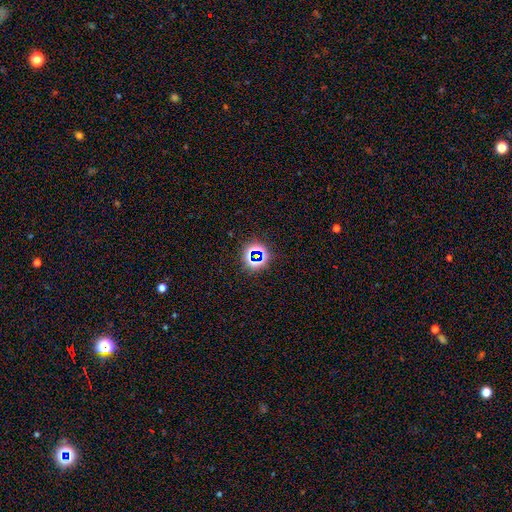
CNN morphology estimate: smooth_or_featured: star or artifact (p=0.71) [alt: smooth p=0.19]